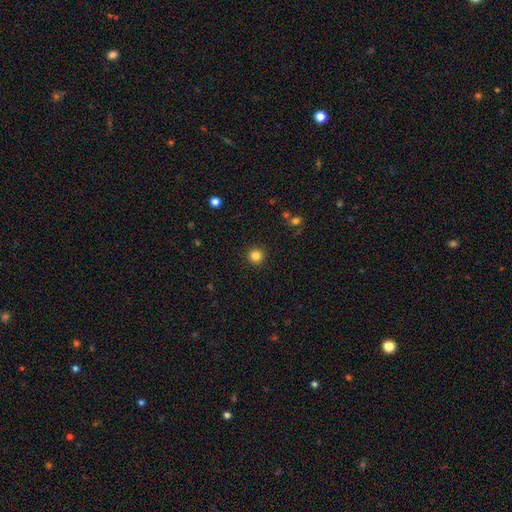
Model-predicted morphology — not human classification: A smooth galaxy with no disk features (84%) that is round (96%). Merging: none (93%).